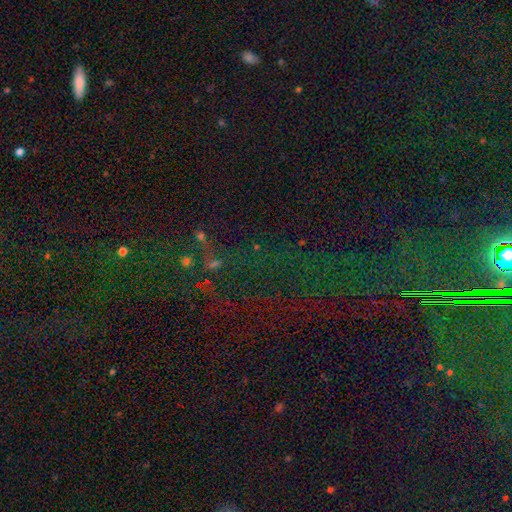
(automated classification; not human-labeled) smooth-or-featured: star or artifact: 80% | smooth: 12% | featured or disk: 8%